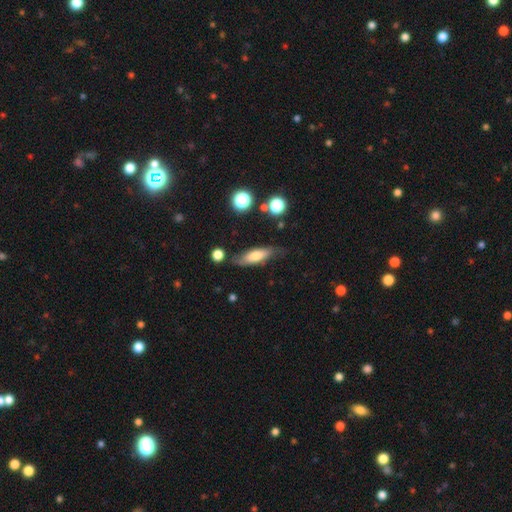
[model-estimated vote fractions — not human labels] This is likely a smooth galaxy (65%). How rounded: possibly cigar-shaped (49%, tied with in between). Merging: likely none (73%).